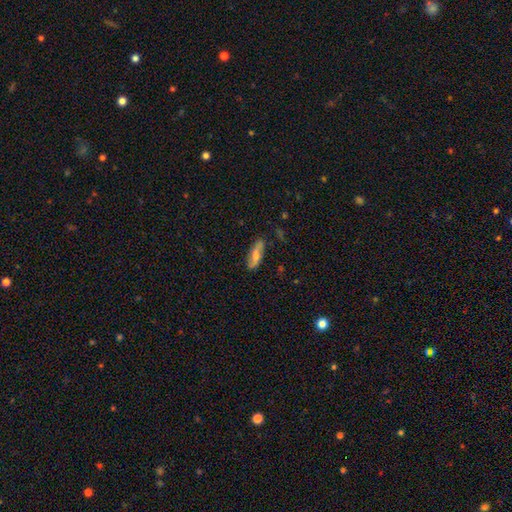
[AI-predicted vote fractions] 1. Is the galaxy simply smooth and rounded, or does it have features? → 51% featured or disk, 41% smooth, 8% star or artifact.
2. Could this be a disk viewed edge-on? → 70% no, 30% yes.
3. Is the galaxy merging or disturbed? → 80% none, 15% minor disturbance, 3% major disturbance, 2% merger.